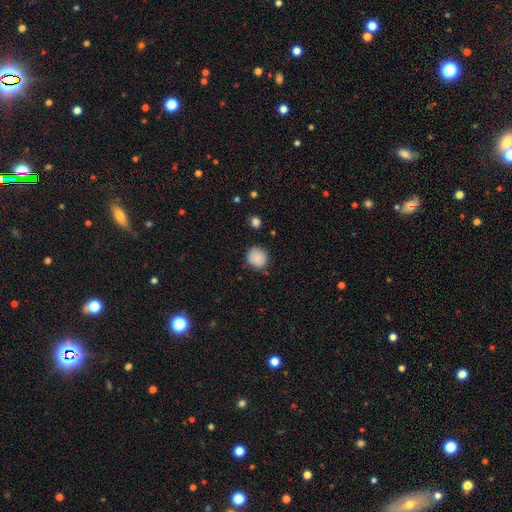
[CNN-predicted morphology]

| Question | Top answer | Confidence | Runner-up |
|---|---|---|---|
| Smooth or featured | smooth | 87% | star or artifact (8%) |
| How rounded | round | 84% | in between (15%) |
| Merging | none | 79% | minor disturbance (16%) |